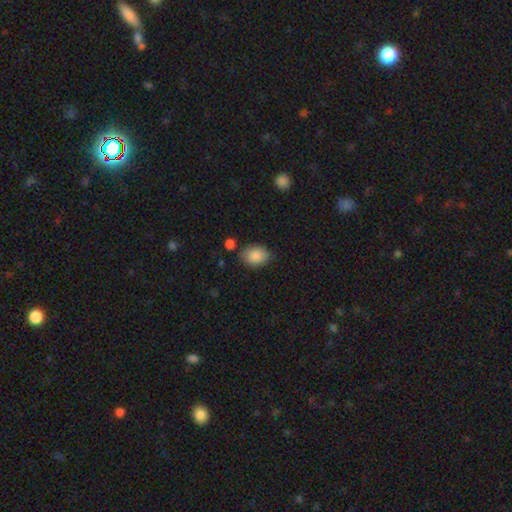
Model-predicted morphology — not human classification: A smooth galaxy with no disk features (88%) that is in between round and cigar-shaped (71%).

Vote fractions:
- Smooth or featured? smooth: 88% / star or artifact: 7% / featured or disk: 5%
- How rounded? in between: 71% / round: 28% / cigar-shaped: 1%
- Merging? none: 76% / minor disturbance: 15% / merger: 5% / major disturbance: 4%